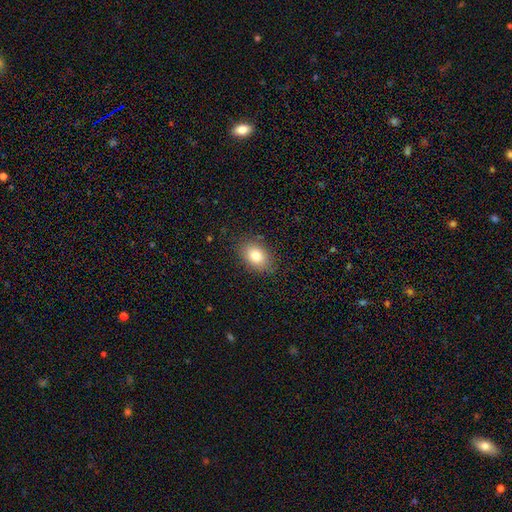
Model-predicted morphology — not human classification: smooth-or-featured: smooth: 80% | featured or disk: 11% | star or artifact: 9%
  how-rounded: in between: 83% | round: 15% | cigar-shaped: 1%
  merging: none: 85% | minor disturbance: 11% | major disturbance: 3% | merger: 1%